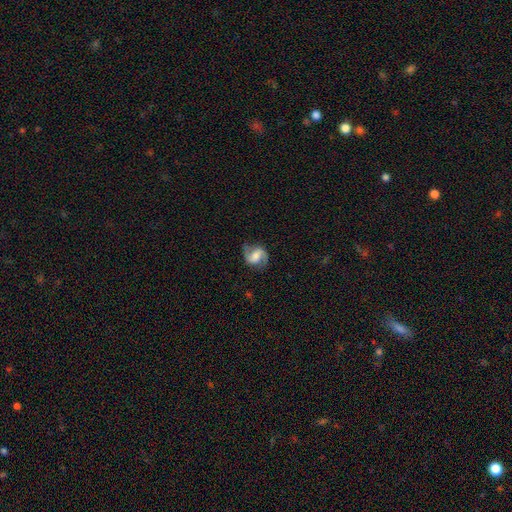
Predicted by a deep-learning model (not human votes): A featured or disk galaxy (82%) with a weak bar (47%), 2 (92%) medium (50%) spiral arms (96%) and a moderate central bulge (43%).

Vote fractions:
- Smooth or featured? featured or disk: 82% / smooth: 12% / star or artifact: 6%
- Edge-on disk? no: 98% / yes: 2%
- Bar? weak: 47% / no: 32% / strong: 21%
- Spiral arms? yes: 96% / no: 4%
- Spiral winding? medium: 50% / loose: 35% / tight: 15%
- Spiral arm count? 2: 92% / 1: 3% / can't tell: 3% / 3: 1% / 4: 1% / more than 4: 1%
- Bulge size? moderate: 43% / small: 24% / large: 17% / none: 13% / dominant: 2%
- Merging? none: 78% / minor disturbance: 15% / major disturbance: 6% / merger: 1%